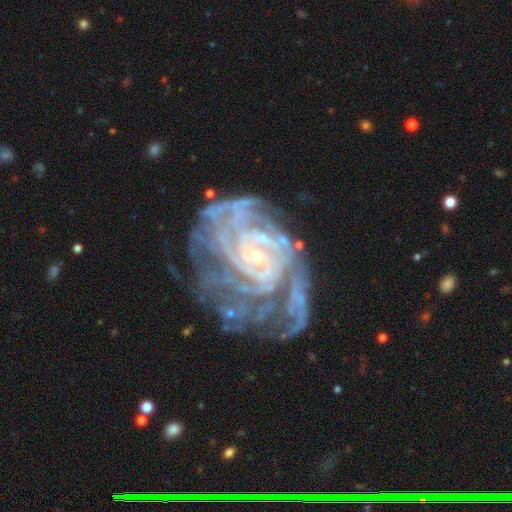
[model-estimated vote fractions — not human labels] A featured or disk galaxy (88%) with no bar (63%), tight (74%) spiral arms (96%) and a small central bulge (83%).

Vote fractions:
- Smooth or featured? featured or disk: 88% / star or artifact: 7% / smooth: 4%
- Edge-on disk? no: 97% / yes: 3%
- Bar? no: 63% / weak: 26% / strong: 11%
- Spiral arms? yes: 96% / no: 4%
- Spiral winding? tight: 74% / medium: 21% / loose: 5%
- Spiral arm count? can't tell: 28% / 4: 20% / more than 4: 20% / 3: 13% / 2: 11% / 1: 8%
- Bulge size? small: 83% / moderate: 12% / none: 3% / large: 1% / dominant: 1%
- Merging? none: 46% / minor disturbance: 23% / major disturbance: 23% / merger: 8%